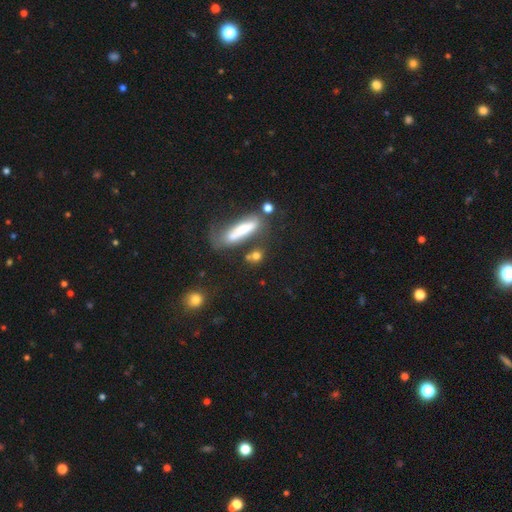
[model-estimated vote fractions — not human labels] Smooth or featured? Predicted: smooth (p=0.70). How rounded? Predicted: cigar-shaped (p=0.39). Merging? Predicted: none (p=0.54).